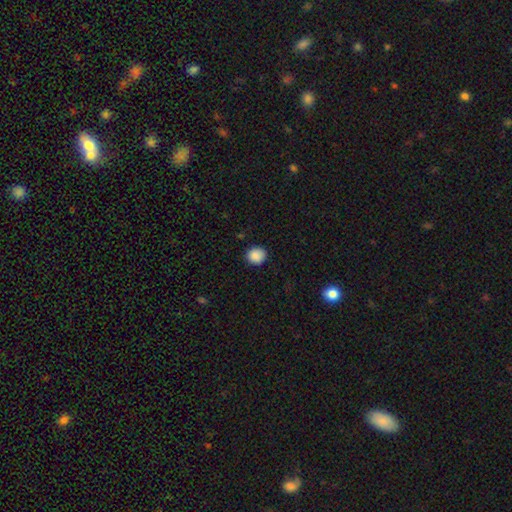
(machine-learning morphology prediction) This is clearly a smooth galaxy (88%). How rounded: clearly round (84%). Merging: clearly none (88%).